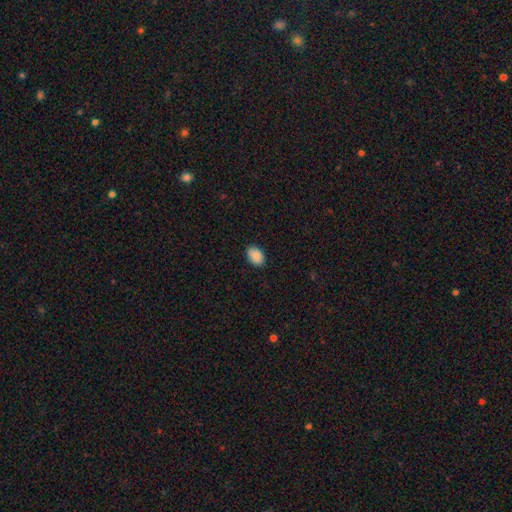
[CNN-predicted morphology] This is clearly a smooth galaxy (89%). How rounded: clearly in between (87%). Merging: clearly none (86%).